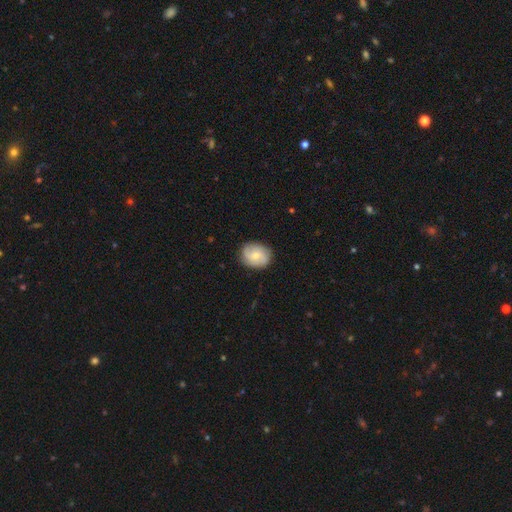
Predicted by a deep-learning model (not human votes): Smooth or featured?
  - smooth: 51% *
  - featured or disk: 42%
  - star or artifact: 7%
How rounded?
  - round: 60% *
  - in between: 39%
  - cigar-shaped: 1%
Merging?
  - none: 82% *
  - minor disturbance: 14%
  - major disturbance: 3%
  - merger: 1%